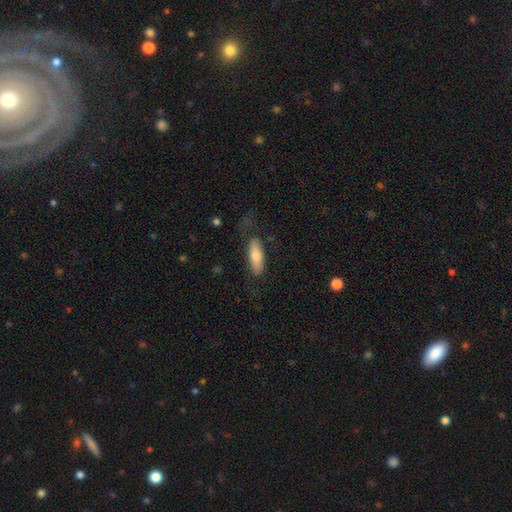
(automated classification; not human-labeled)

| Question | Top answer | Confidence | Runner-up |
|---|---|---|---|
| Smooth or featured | smooth | 68% | featured or disk (26%) |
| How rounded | in between | 56% | cigar-shaped (42%) |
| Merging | none | 65% | minor disturbance (20%) |